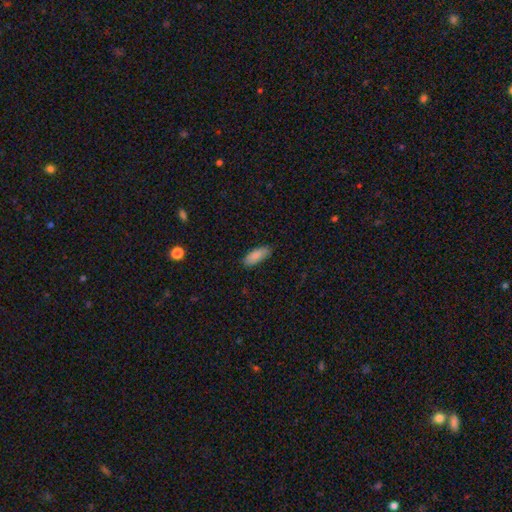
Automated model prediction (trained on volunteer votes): Morphology: type=smooth (87%); roundness=in between (81%); merging=none (83%).